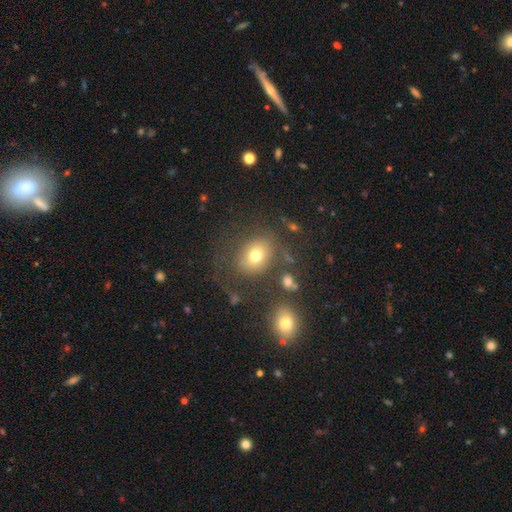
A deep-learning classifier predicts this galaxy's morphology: smooth_or_featured: smooth (p=0.72) [alt: featured or disk p=0.15]
how_rounded: round (p=0.50) [alt: in between p=0.49]
merging: none (p=0.67) [alt: minor disturbance p=0.16]